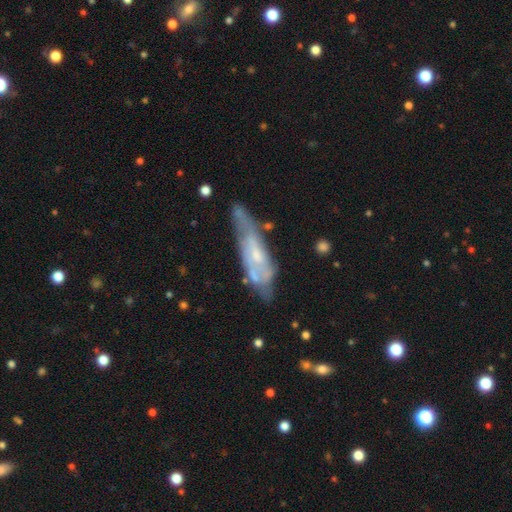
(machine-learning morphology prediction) Q: Smooth or featured?
A: featured or disk (63%); runner-up: smooth (29%)
Q: Edge-on disk?
A: no (70%); runner-up: yes (30%)
Q: Merging?
A: none (44%); runner-up: minor disturbance (31%)